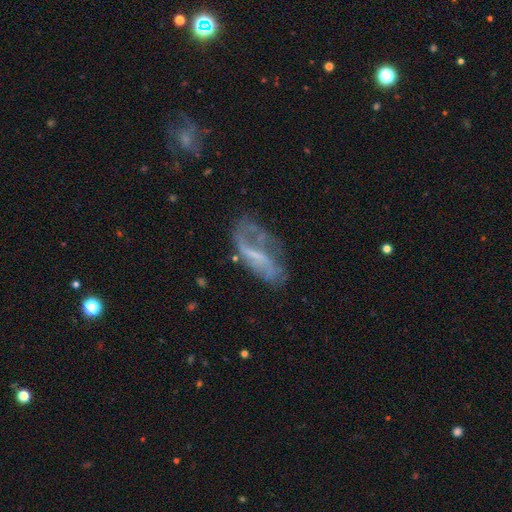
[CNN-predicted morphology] Q: Smooth or featured?
A: featured or disk (68%); runner-up: smooth (22%)
Q: Edge-on disk?
A: no (90%); runner-up: yes (10%)
Q: Bar?
A: weak (42%); runner-up: no (33%)
Q: Spiral arms?
A: yes (71%); runner-up: no (29%)
Q: Bulge size?
A: none (47%); runner-up: small (35%)
Q: Merging?
A: none (43%); runner-up: major disturbance (27%)